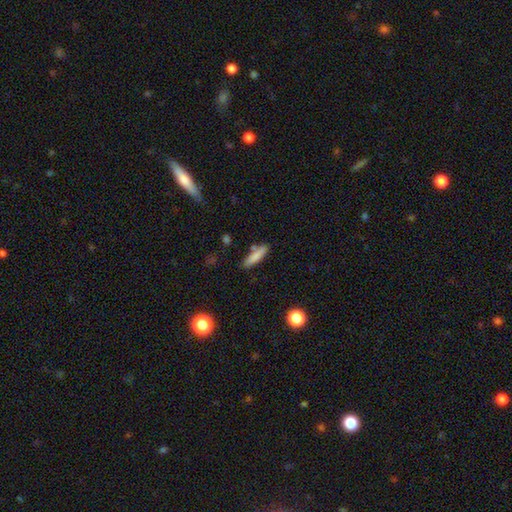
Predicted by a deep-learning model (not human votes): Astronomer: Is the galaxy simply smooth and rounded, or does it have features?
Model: smooth — 79%.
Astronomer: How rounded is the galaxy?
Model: cigar-shaped — 75%.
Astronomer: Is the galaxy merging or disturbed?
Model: none — 78%.